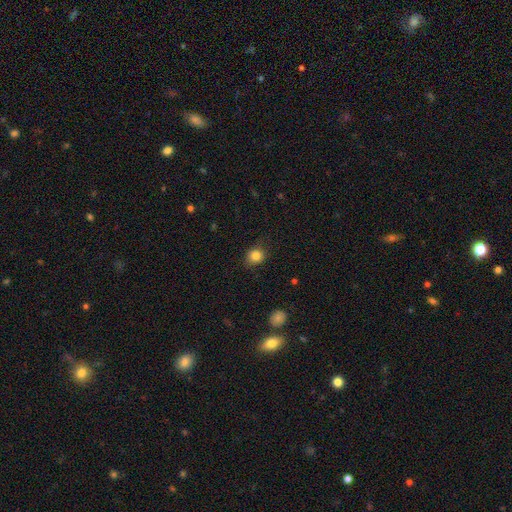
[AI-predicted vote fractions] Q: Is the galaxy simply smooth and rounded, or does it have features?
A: smooth — 83%.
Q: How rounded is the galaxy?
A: round — 78%.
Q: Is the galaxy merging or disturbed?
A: none — 82%.